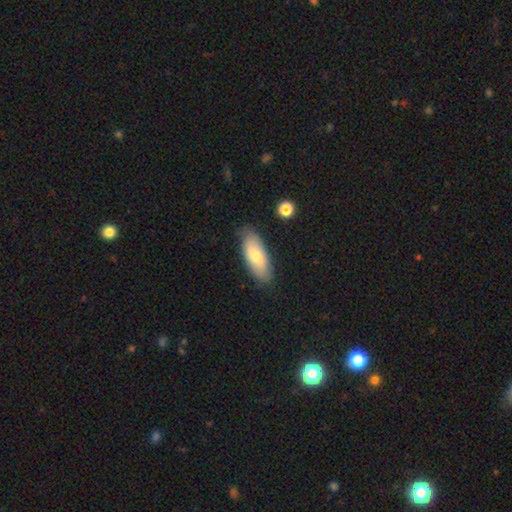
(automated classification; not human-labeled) This is likely a smooth galaxy (69%). How rounded: likely in between (79%). Merging: likely none (80%).